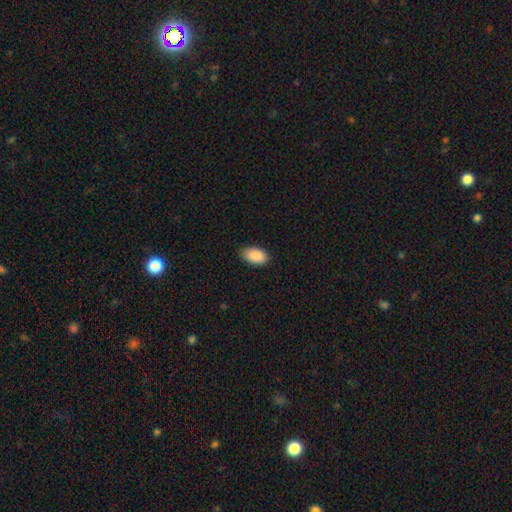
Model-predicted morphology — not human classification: smooth-or-featured: smooth: 90% | star or artifact: 6% | featured or disk: 3%
  how-rounded: in between: 95% | round: 3% | cigar-shaped: 2%
  merging: none: 85% | minor disturbance: 12% | major disturbance: 2% | merger: 1%